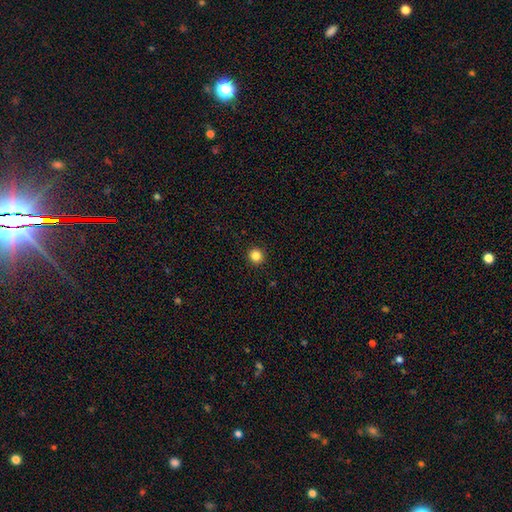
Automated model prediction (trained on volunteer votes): A smooth galaxy with no disk features (85%) that is round (94%). Merging: none (93%).